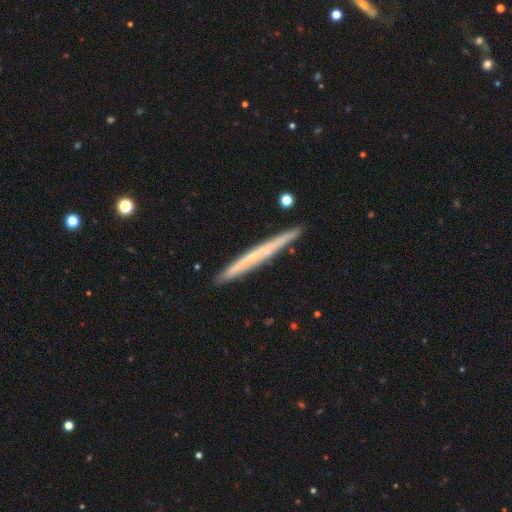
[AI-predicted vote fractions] Smooth or featured? featured or disk (60%)
Edge-on disk? yes (96%)
Edge-on bulge? none (70%)
Merging? none (89%)